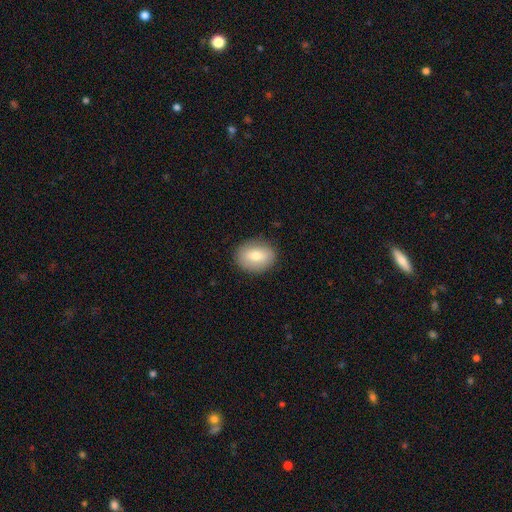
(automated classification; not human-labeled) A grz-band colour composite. It shows a smooth galaxy with no disk features (72%) that is in between round and cigar-shaped (54%). Merging: none (87%).